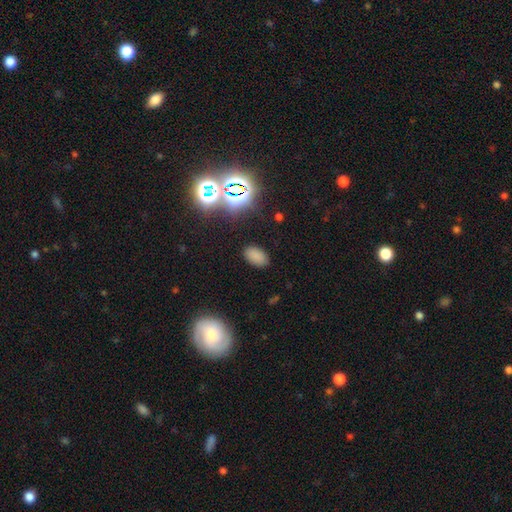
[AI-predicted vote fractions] Smooth or featured? Predicted: smooth (p=0.74). How rounded? Predicted: in between (p=0.92). Merging? Predicted: none (p=0.86).